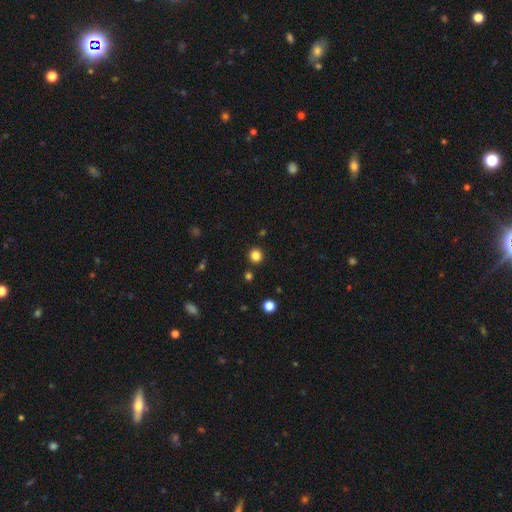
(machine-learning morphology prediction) Smooth or featured: smooth — 83% (star or artifact — 13%)
How rounded: round — 93% (in between — 6%)
Merging: none — 90% (minor disturbance — 5%)